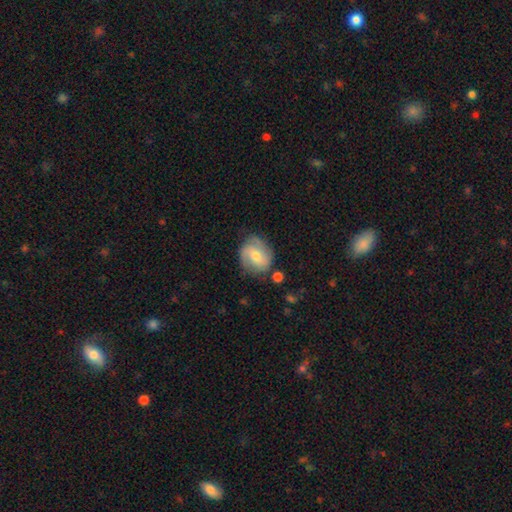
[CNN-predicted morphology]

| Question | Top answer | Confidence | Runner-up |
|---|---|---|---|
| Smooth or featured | featured or disk | 59% | smooth (34%) |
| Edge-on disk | no | 97% | yes (3%) |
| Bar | no | 50% | weak (40%) |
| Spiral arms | yes | 87% | no (13%) |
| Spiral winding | medium | 45% | tight (32%) |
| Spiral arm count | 2 | 46% | 3 (24%) |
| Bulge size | moderate | 58% | small (35%) |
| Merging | none | 67% | minor disturbance (21%) |